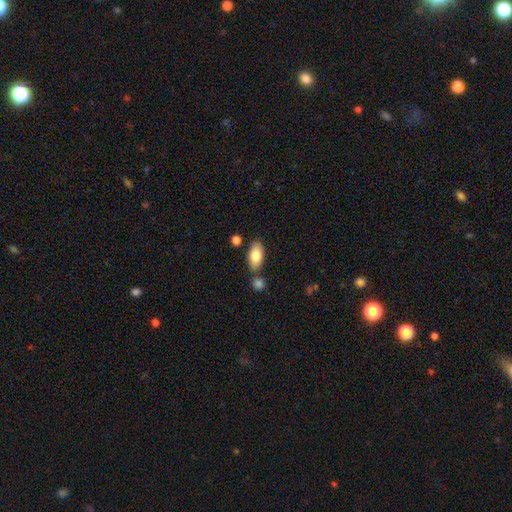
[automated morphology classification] The model was most divided on "merging": none: 75%, minor disturbance: 11%, merger: 11%, major disturbance: 3%. More confident: how rounded — in between (92%); smooth or featured — smooth (81%).